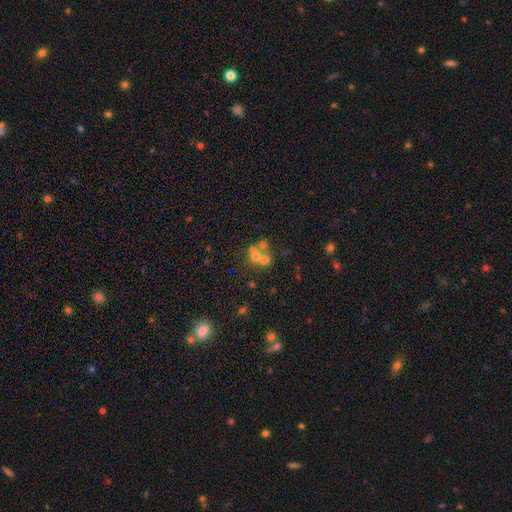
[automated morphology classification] type=smooth (54%); roundness=round (77%); merging=merger (56%).